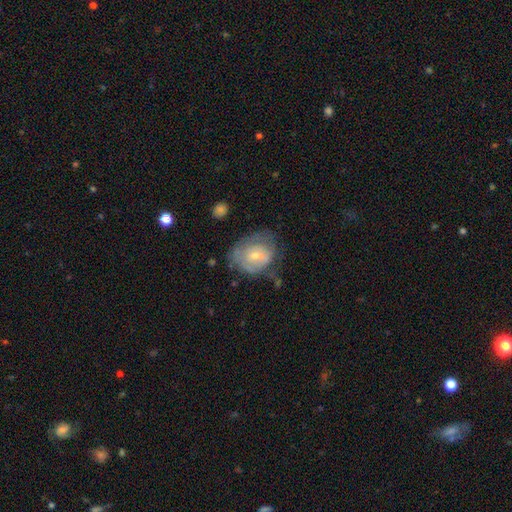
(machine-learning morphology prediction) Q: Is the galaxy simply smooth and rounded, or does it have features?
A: smooth — 48%.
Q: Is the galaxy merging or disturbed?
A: none — 44%.